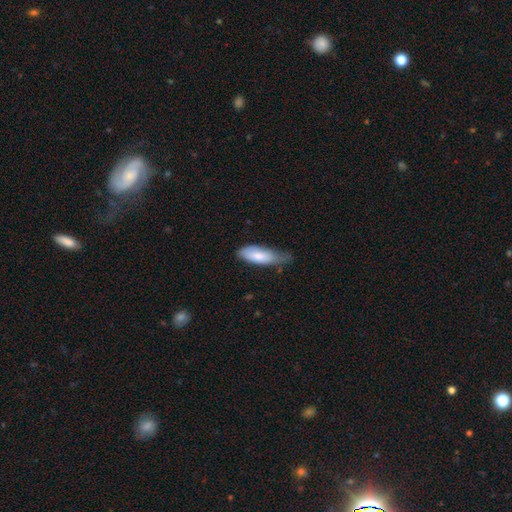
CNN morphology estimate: A smooth galaxy with no disk features (77%) that is in between round and cigar-shaped (62%). Merging: minor disturbance (47%).